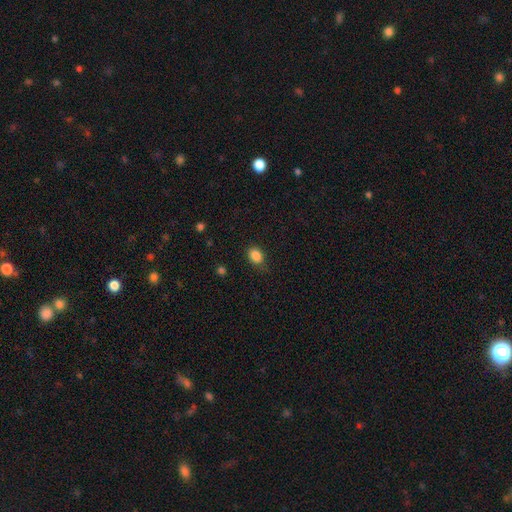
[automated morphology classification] Q: Smooth or featured?
A: smooth (86%); runner-up: star or artifact (10%)
Q: How rounded?
A: in between (64%); runner-up: round (35%)
Q: Merging?
A: none (73%); runner-up: minor disturbance (21%)